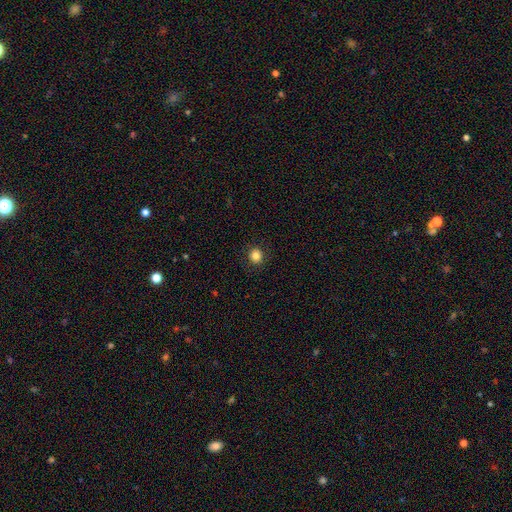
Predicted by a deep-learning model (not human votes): smooth-or-featured: smooth: 83% | star or artifact: 11% | featured or disk: 6%
  how-rounded: round: 88% | in between: 11% | cigar-shaped: 1%
  merging: none: 91% | minor disturbance: 6% | major disturbance: 2% | merger: 1%